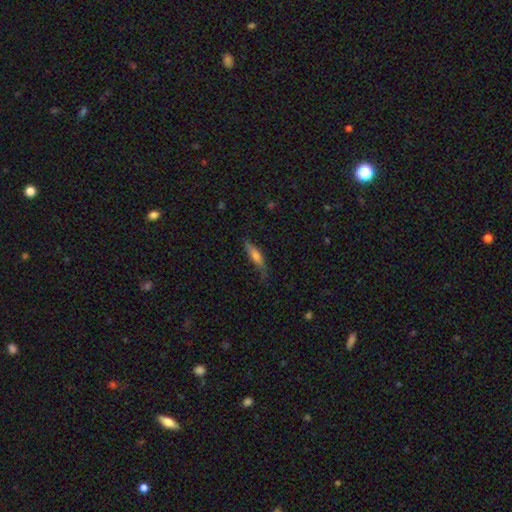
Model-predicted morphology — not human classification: type=smooth (65%); roundness=cigar-shaped (72%); merging=none (65%).